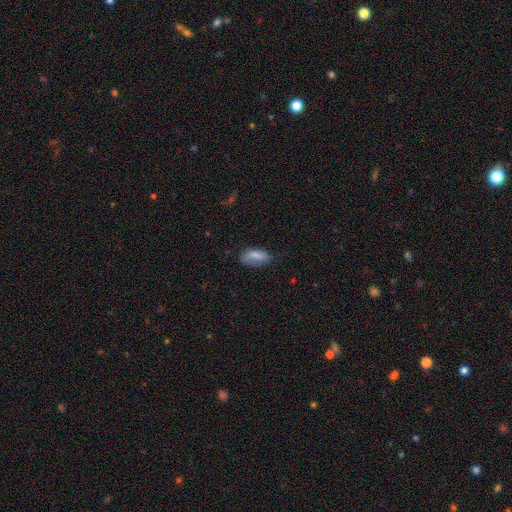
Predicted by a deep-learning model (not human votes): smooth 79%, featured or disk 13%, star or artifact 7%. Down the decision tree: how rounded — in between (87%); merging — none (66%).